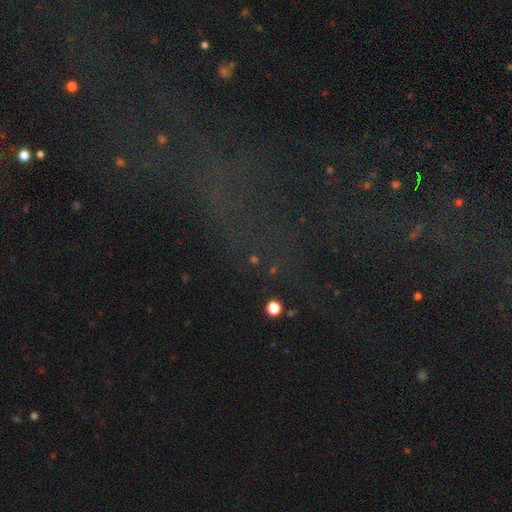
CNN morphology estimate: A star or artifact, not a galaxy (70%).

Vote fractions:
- Smooth or featured? star or artifact: 70% / smooth: 17% / featured or disk: 13%